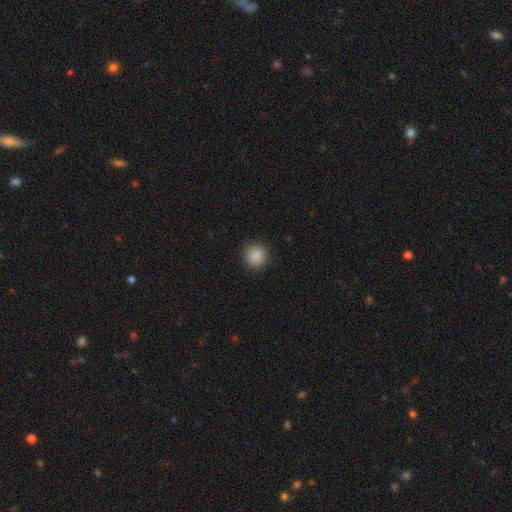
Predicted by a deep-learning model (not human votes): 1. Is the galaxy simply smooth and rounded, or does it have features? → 88% smooth, 9% star or artifact, 2% featured or disk.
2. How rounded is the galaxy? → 93% round, 6% in between, 1% cigar-shaped.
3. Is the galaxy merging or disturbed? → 90% none, 7% minor disturbance, 2% major disturbance, 1% merger.